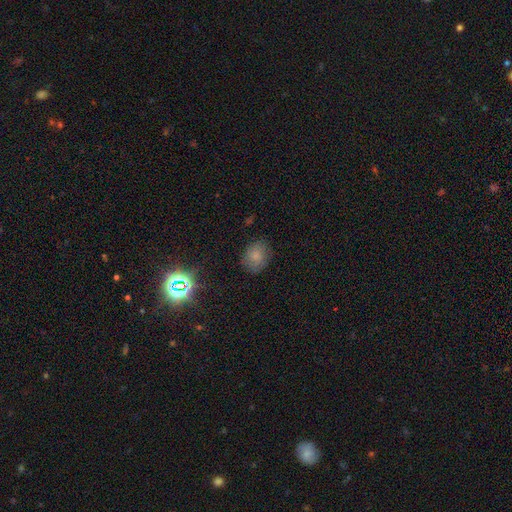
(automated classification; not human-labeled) A smooth galaxy with no disk features (76%) that is in between round and cigar-shaped (50%).

Vote fractions:
- Smooth or featured? smooth: 76% / star or artifact: 14% / featured or disk: 10%
- How rounded? in between: 50% / round: 49% / cigar-shaped: 1%
- Merging? none: 79% / minor disturbance: 16% / major disturbance: 4% / merger: 1%